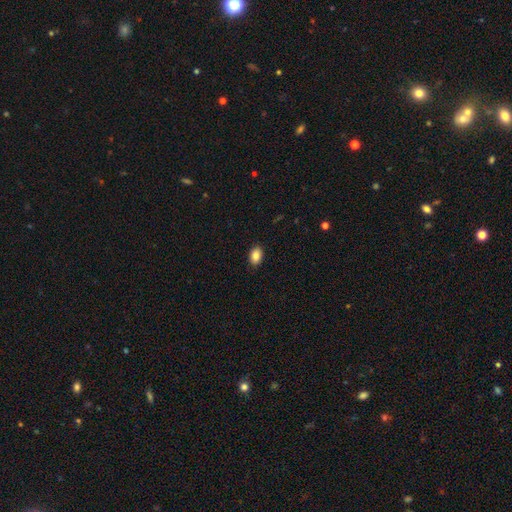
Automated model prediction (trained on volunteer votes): This appears to be a smooth galaxy with no disk features (86%) that is in between round and cigar-shaped (86%). Merging: none (89%).